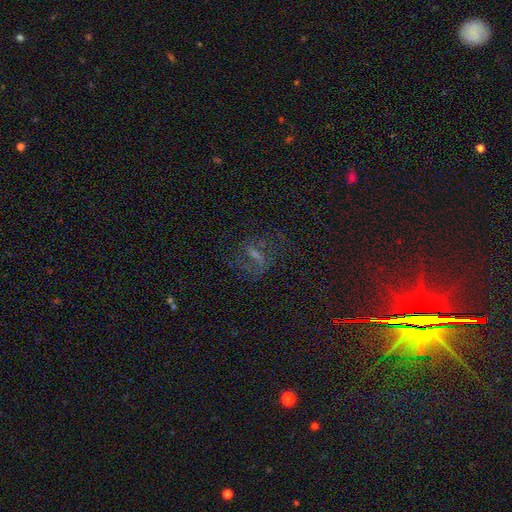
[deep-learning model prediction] smooth_or_featured: featured or disk (p=0.48) [alt: star or artifact p=0.31]
merging: none (p=0.63) [alt: major disturbance p=0.18]